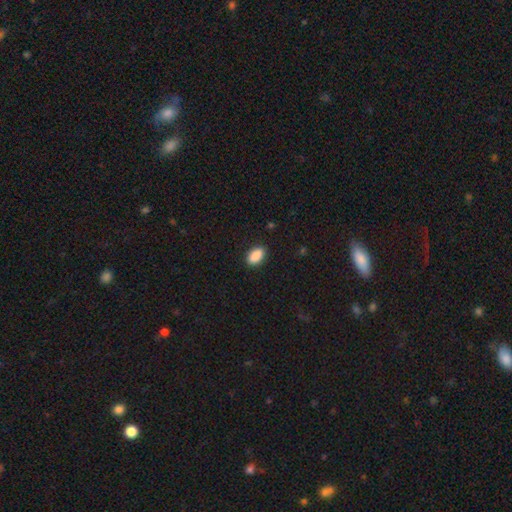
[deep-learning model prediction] The model was most divided on "merging": none: 89%, minor disturbance: 8%, major disturbance: 2%, merger: 1%. More confident: how rounded — in between (92%); smooth or featured — smooth (90%).